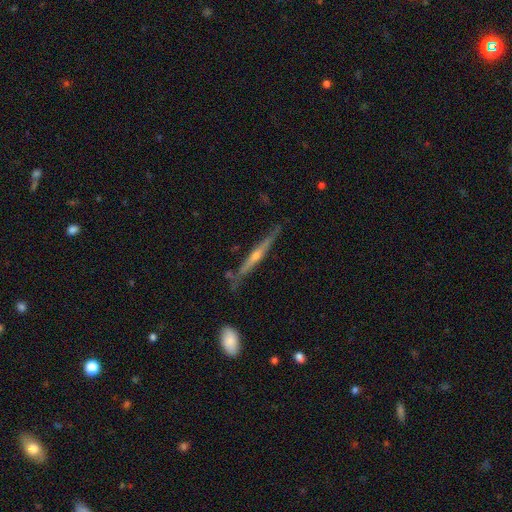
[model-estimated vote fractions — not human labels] smooth_or_featured: featured or disk (p=0.78) [alt: smooth p=0.15]
disk_edge_on: yes (p=0.96) [alt: no p=0.04]
edge_on_bulge: rounded (p=0.81) [alt: none p=0.15]
merging: none (p=0.83) [alt: minor disturbance p=0.12]